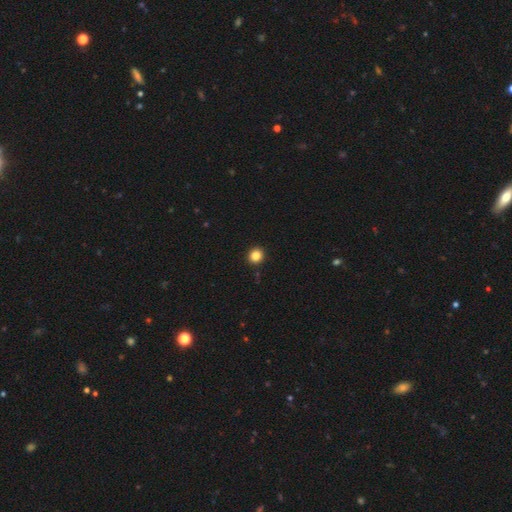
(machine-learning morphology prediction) A smooth galaxy with no disk features (85%) that is round (92%). Merging: none (93%).